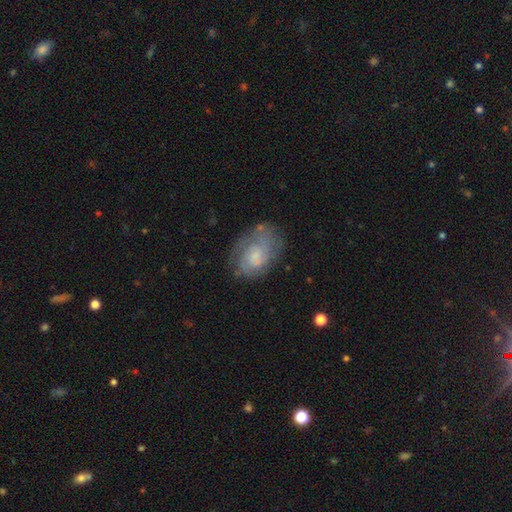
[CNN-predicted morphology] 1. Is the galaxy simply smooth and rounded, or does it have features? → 60% featured or disk, 32% smooth, 8% star or artifact.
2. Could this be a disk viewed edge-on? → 97% no, 3% yes.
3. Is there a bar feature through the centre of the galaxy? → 71% no, 26% weak, 3% strong.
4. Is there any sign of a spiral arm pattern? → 80% yes, 20% no.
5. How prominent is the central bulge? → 44% small, 26% moderate, 23% none, 5% large, 2% dominant.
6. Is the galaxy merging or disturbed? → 66% none, 22% minor disturbance, 10% major disturbance, 2% merger.